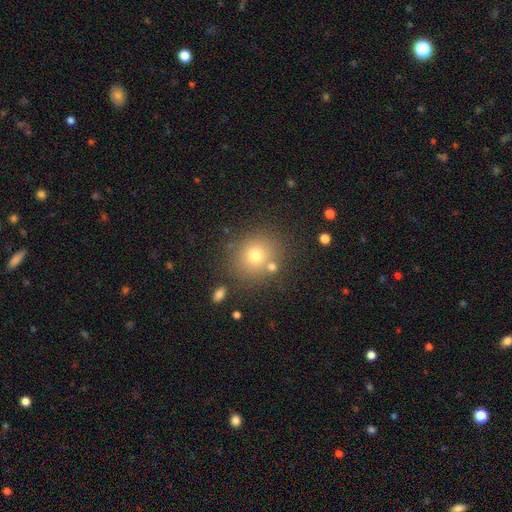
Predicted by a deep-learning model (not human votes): This appears to be a smooth galaxy with no disk features (72%) that is round (85%). Merging: none (77%).